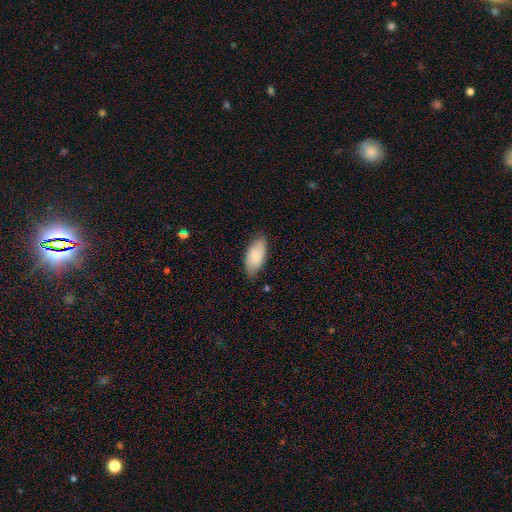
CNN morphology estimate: smooth_or_featured: smooth (p=0.82) [alt: featured or disk p=0.12]
how_rounded: in between (p=0.93) [alt: cigar-shaped p=0.05]
merging: none (p=0.77) [alt: minor disturbance p=0.19]